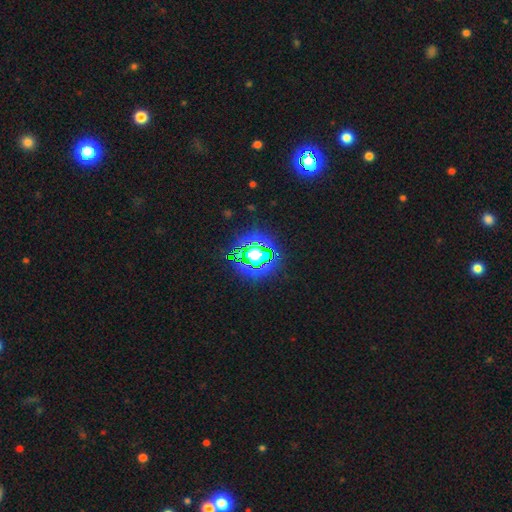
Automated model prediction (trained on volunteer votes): smooth_or_featured: star or artifact (p=0.63) [alt: smooth p=0.24]